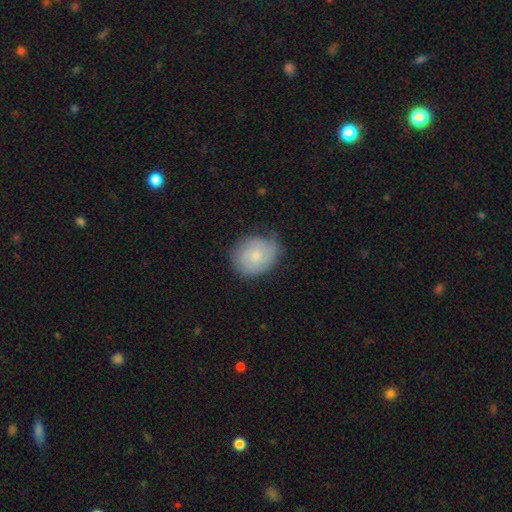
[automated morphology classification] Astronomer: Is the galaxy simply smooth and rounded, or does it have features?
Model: smooth — 50% (runner-up: featured or disk, 43%).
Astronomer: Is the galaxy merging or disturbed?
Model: none — 63%.